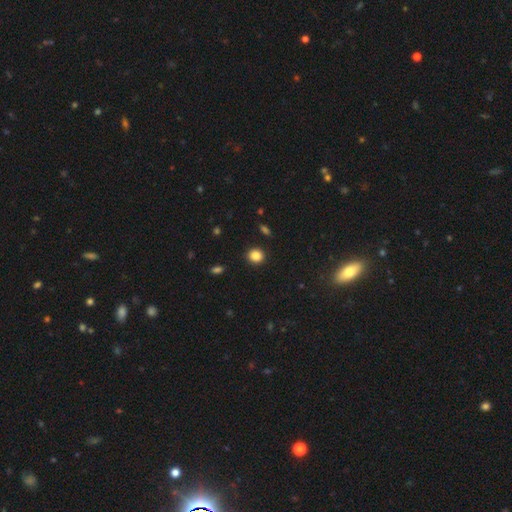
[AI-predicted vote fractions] Overall: smooth (86%). How rounded: round (80%). Merging: none (91%).